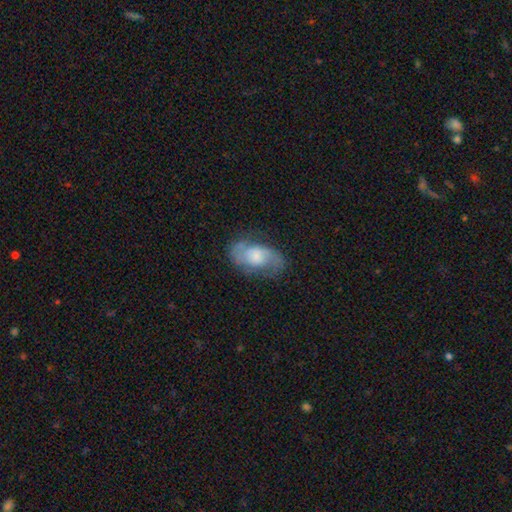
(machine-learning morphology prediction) Smooth or featured? featured or disk (69%)
Edge-on disk? no (96%)
Bar? no (58%)
Spiral arms? yes (89%)
Spiral winding? medium (48%)
Spiral arm count? 2 (84%)
Bulge size? moderate (39%)
Merging? none (67%)